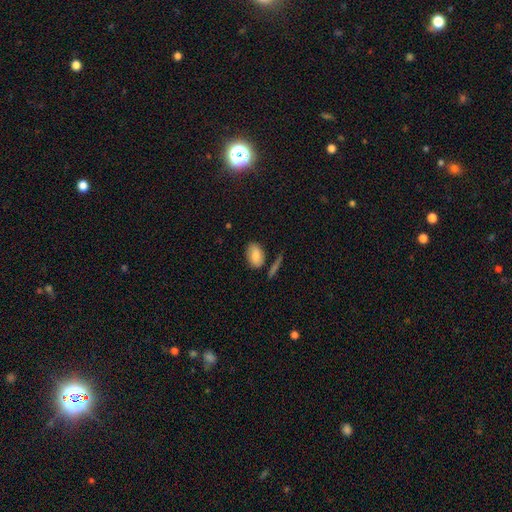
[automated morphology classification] smooth_or_featured: smooth (p=0.79) [alt: featured or disk p=0.14]
how_rounded: in between (p=0.89) [alt: round p=0.08]
merging: none (p=0.68) [alt: minor disturbance p=0.19]